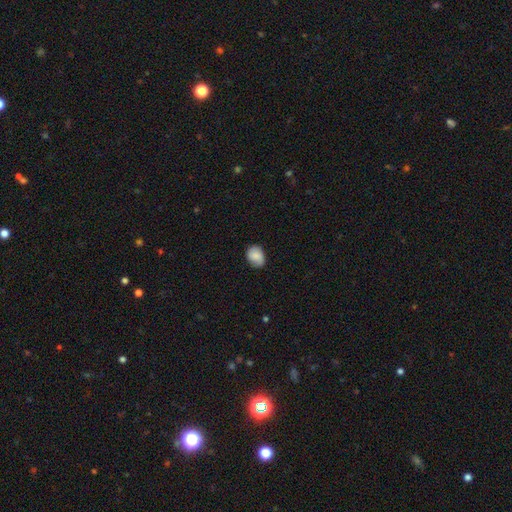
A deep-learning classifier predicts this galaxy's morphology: A smooth galaxy with no disk features (82%) that is in between round and cigar-shaped (58%).

Vote fractions:
- Smooth or featured? smooth: 82% / featured or disk: 10% / star or artifact: 8%
- How rounded? in between: 58% / round: 41% / cigar-shaped: 1%
- Merging? none: 74% / minor disturbance: 21% / major disturbance: 4% / merger: 1%